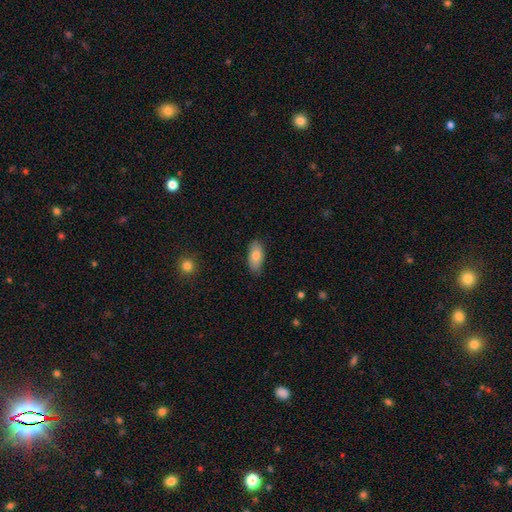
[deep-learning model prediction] Smooth or featured?
  - smooth: 79% *
  - featured or disk: 15%
  - star or artifact: 6%
How rounded?
  - in between: 91% *
  - cigar-shaped: 6%
  - round: 3%
Merging?
  - none: 84% *
  - minor disturbance: 12%
  - major disturbance: 2%
  - merger: 1%